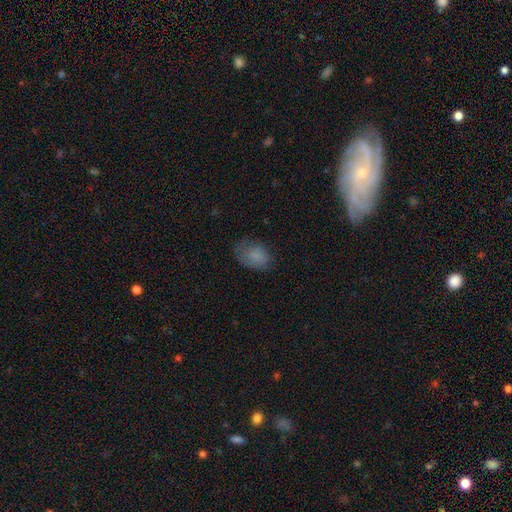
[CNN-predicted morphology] Overall: smooth (80%). How rounded: in between (73%). Merging: none (64%; minor disturbance 25%).